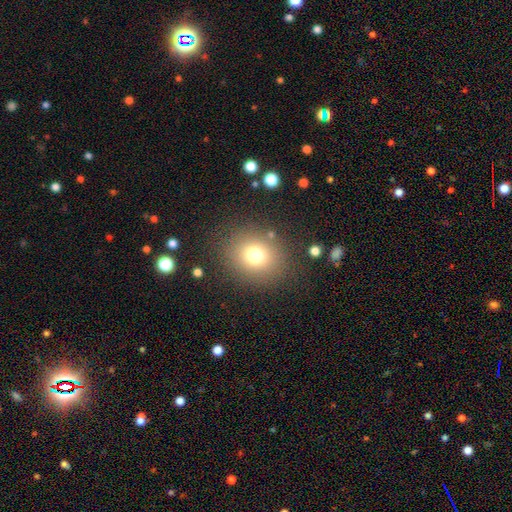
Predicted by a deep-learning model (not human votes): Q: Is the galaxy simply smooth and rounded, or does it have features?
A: smooth — 74%.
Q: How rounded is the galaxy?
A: round — 76%.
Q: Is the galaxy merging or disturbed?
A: none — 84%.